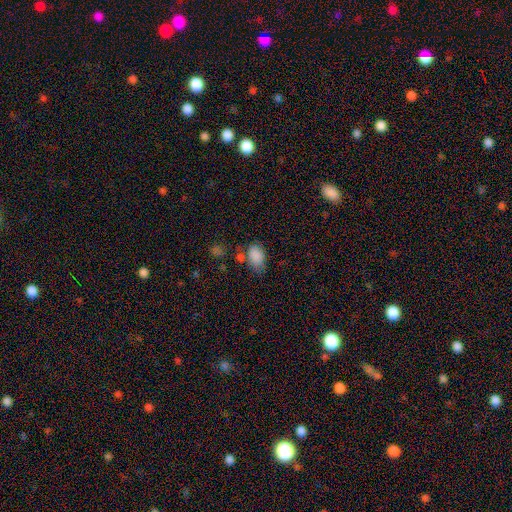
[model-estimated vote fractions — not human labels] A smooth galaxy with no disk features (84%) that is in between round and cigar-shaped (88%).

Vote fractions:
- Smooth or featured? smooth: 84% / star or artifact: 9% / featured or disk: 6%
- How rounded? in between: 88% / round: 11% / cigar-shaped: 1%
- Merging? none: 53% / minor disturbance: 26% / merger: 11% / major disturbance: 9%